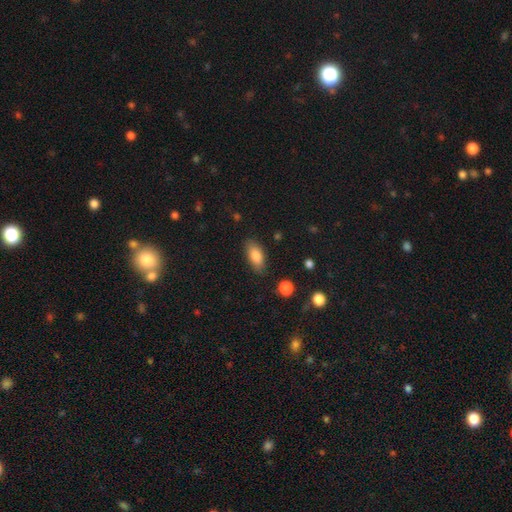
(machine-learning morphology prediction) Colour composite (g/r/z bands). It shows a smooth galaxy with no disk features (83%) that is in between round and cigar-shaped (86%). Merging: none (84%).